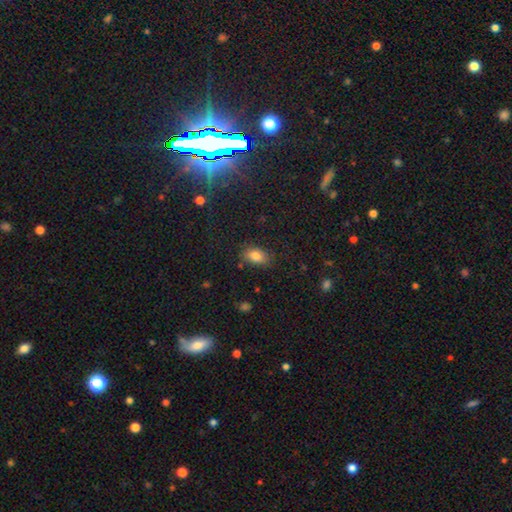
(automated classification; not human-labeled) smooth 81%, star or artifact 10%, featured or disk 8%. Down the decision tree: how rounded — in between (86%); merging — none (79%).